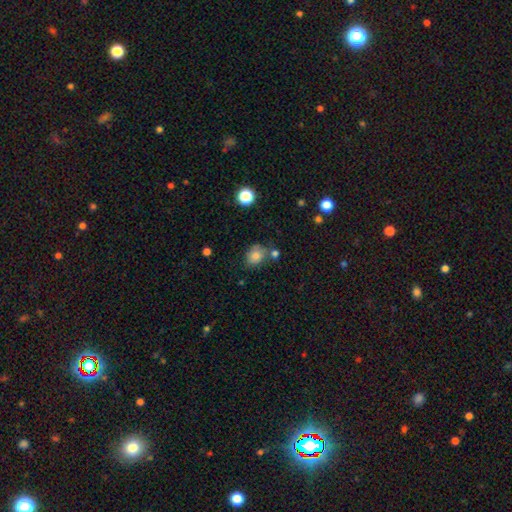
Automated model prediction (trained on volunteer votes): smooth-or-featured: smooth: 81% | star or artifact: 11% | featured or disk: 9%
  how-rounded: round: 50% | in between: 49% | cigar-shaped: 1%
  merging: none: 63% | minor disturbance: 19% | merger: 13% | major disturbance: 5%